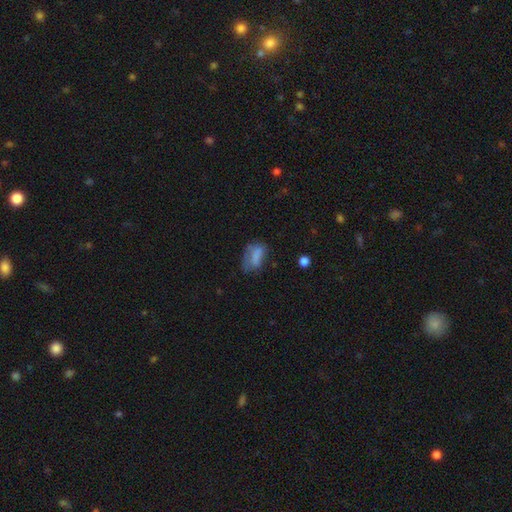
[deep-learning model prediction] Smooth or featured?
  - smooth: 69% *
  - featured or disk: 19%
  - star or artifact: 12%
How rounded?
  - in between: 84% *
  - cigar-shaped: 9%
  - round: 7%
Merging?
  - none: 38% *
  - minor disturbance: 31%
  - major disturbance: 26%
  - merger: 5%